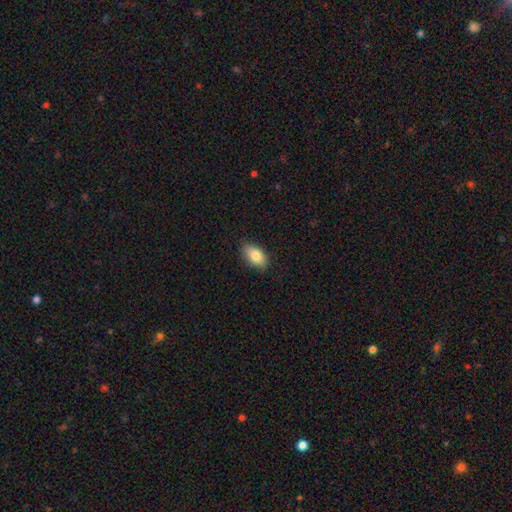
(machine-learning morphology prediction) Smooth or featured?
  - smooth: 84% *
  - featured or disk: 9%
  - star or artifact: 7%
How rounded?
  - in between: 92% *
  - round: 5%
  - cigar-shaped: 3%
Merging?
  - none: 84% *
  - minor disturbance: 13%
  - major disturbance: 2%
  - merger: 1%